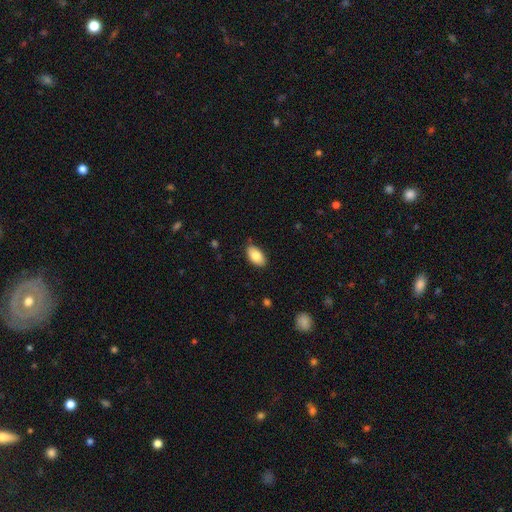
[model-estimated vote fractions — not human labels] A smooth galaxy with no disk features (84%) that is in between round and cigar-shaped (94%).

Vote fractions:
- Smooth or featured? smooth: 84% / featured or disk: 9% / star or artifact: 7%
- How rounded? in between: 94% / round: 4% / cigar-shaped: 2%
- Merging? none: 83% / minor disturbance: 13% / major disturbance: 2% / merger: 1%